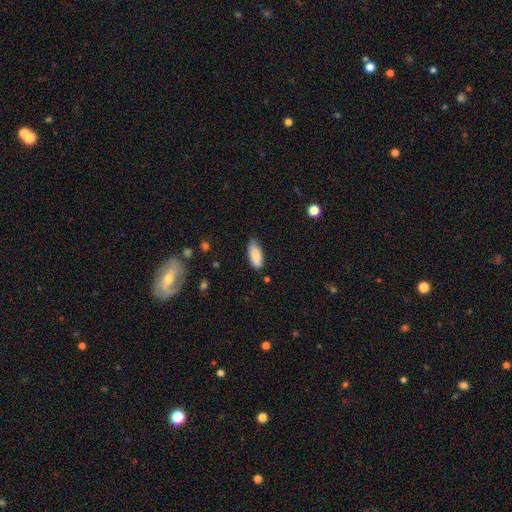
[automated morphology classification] Q: Smooth or featured?
A: smooth (85%); runner-up: featured or disk (9%)
Q: How rounded?
A: in between (81%); runner-up: cigar-shaped (17%)
Q: Merging?
A: none (78%); runner-up: minor disturbance (18%)